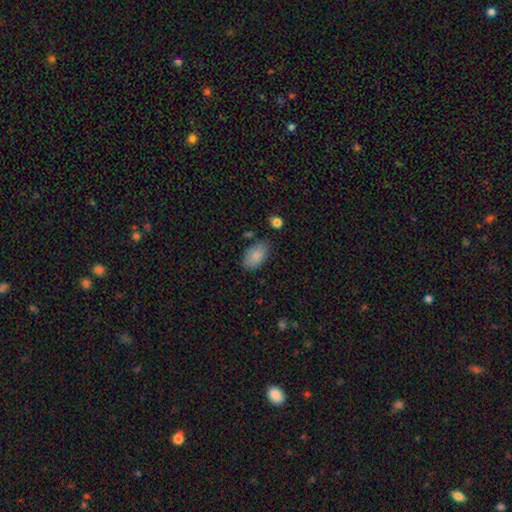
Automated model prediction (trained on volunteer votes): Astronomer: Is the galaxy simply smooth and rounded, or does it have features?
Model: smooth — 86%.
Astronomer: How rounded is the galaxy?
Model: in between — 94%.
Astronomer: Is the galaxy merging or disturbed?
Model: none — 77%.